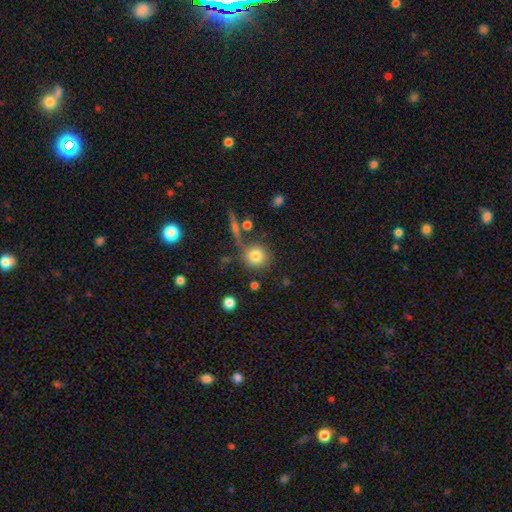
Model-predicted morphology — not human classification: This is likely a smooth galaxy (80%). How rounded: clearly round (88%). Merging: likely none (69%).